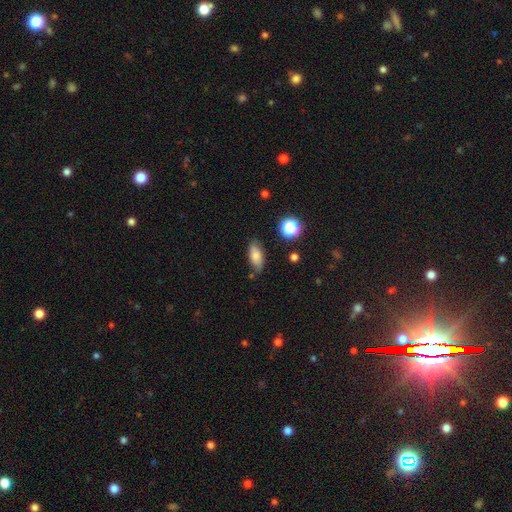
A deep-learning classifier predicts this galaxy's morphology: smooth 77%, featured or disk 13%, star or artifact 10%. Down the decision tree: how rounded — in between (82%); merging — none (78%).